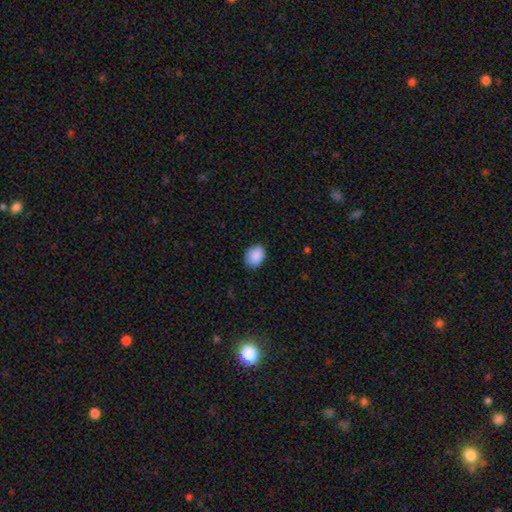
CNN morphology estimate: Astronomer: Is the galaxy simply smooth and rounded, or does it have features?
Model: smooth — 89%.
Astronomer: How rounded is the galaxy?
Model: in between — 68%.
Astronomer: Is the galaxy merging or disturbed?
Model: none — 79%.